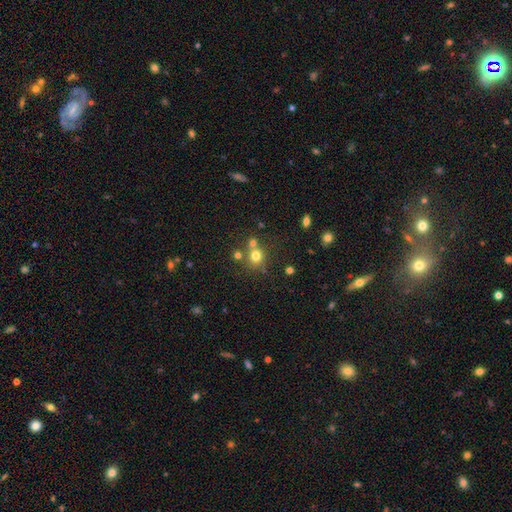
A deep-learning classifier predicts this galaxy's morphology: Overall: smooth (73%). How rounded: round (85%). Merging: none (59%; merger 28%).